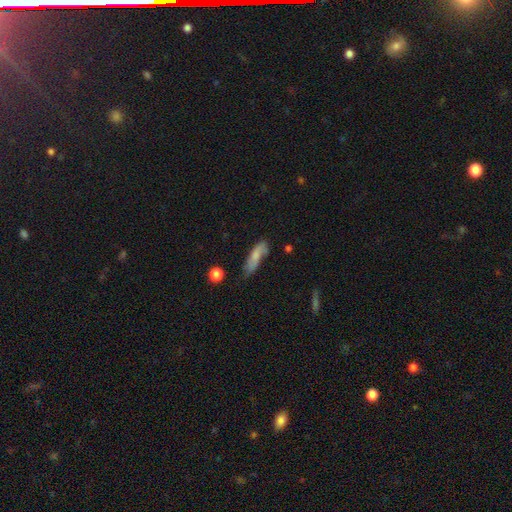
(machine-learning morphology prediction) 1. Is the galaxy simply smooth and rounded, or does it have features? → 68% smooth, 25% featured or disk, 8% star or artifact.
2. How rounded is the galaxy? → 52% cigar-shaped, 45% in between, 3% round.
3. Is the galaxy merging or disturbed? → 54% none, 32% minor disturbance, 10% major disturbance, 5% merger.